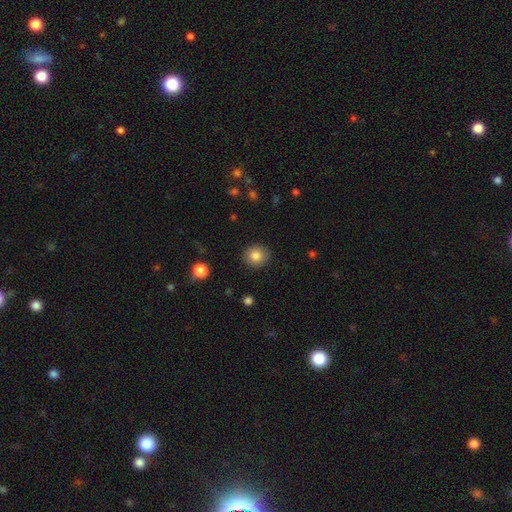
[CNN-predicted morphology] A smooth galaxy with no disk features (83%) that is round (83%).

Vote fractions:
- Smooth or featured? smooth: 83% / star or artifact: 9% / featured or disk: 7%
- How rounded? round: 83% / in between: 17% / cigar-shaped: 1%
- Merging? none: 90% / minor disturbance: 7% / major disturbance: 2% / merger: 1%